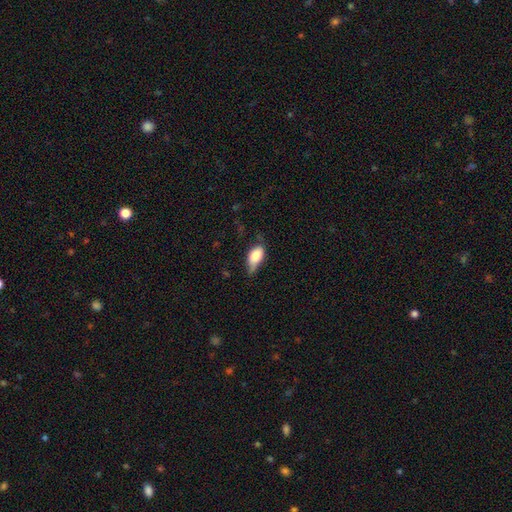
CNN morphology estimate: smooth_or_featured: smooth (p=0.78) [alt: featured or disk p=0.15]
how_rounded: in between (p=0.88) [alt: round p=0.06]
merging: minor disturbance (p=0.46) [alt: none p=0.36]